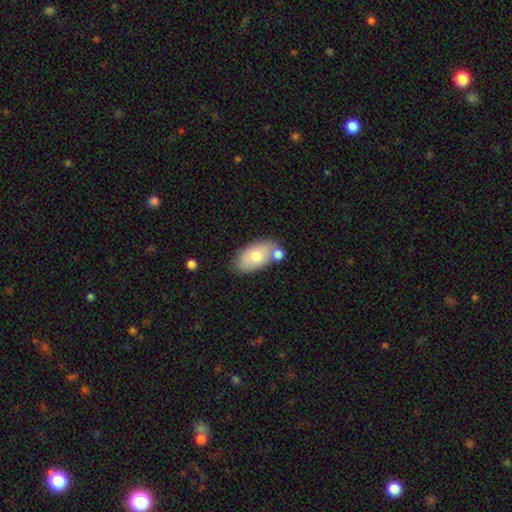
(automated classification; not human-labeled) This is likely a smooth galaxy (71%). How rounded: clearly in between (93%). Merging: possibly none (59%).